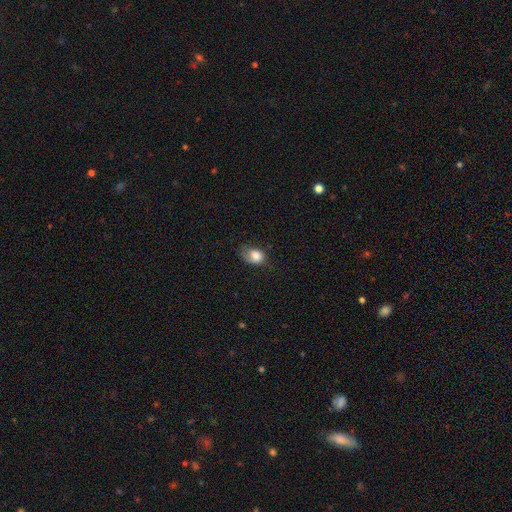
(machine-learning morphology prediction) The model was most divided on "merging": none: 37%, minor disturbance: 35%, major disturbance: 26%, merger: 2%. More confident: smooth or featured — smooth (75%); how rounded — in between (74%).